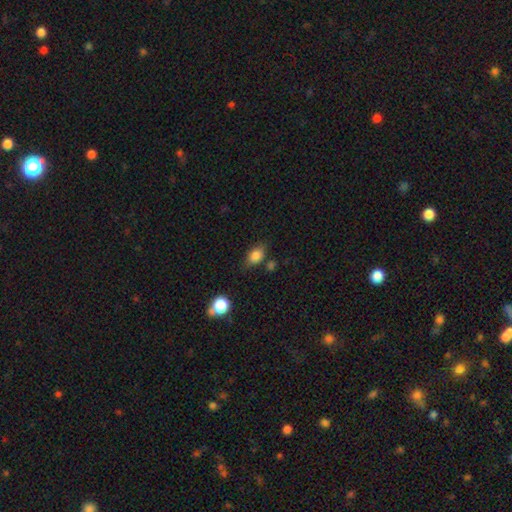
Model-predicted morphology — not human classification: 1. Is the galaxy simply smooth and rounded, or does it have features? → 83% smooth, 10% star or artifact, 8% featured or disk.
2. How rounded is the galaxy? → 76% in between, 22% round, 2% cigar-shaped.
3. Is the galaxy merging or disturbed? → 70% none, 19% minor disturbance, 5% merger, 5% major disturbance.